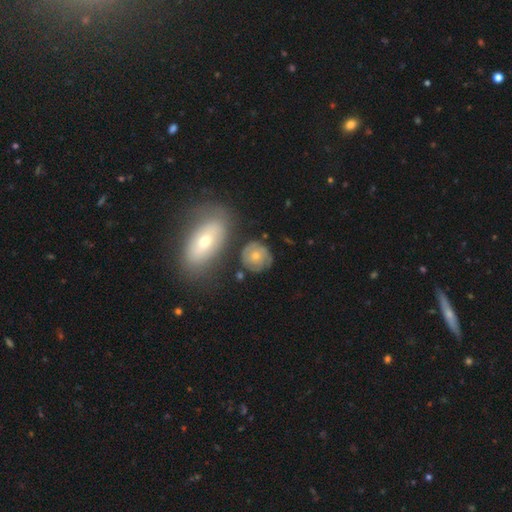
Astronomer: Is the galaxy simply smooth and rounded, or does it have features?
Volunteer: smooth — 62%.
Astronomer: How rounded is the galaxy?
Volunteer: round — 83%.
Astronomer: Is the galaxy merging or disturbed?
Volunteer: none — 69%.